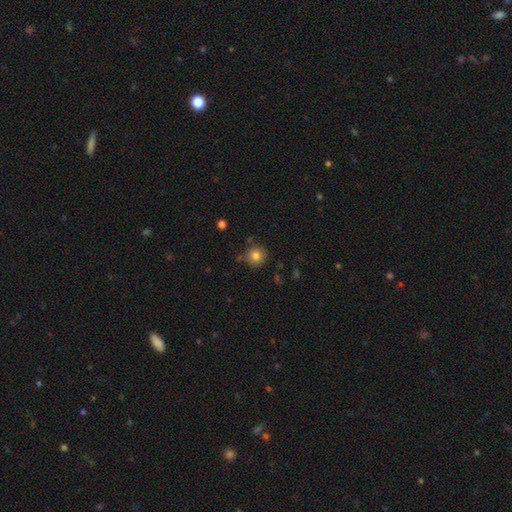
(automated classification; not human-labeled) Overall: smooth (81%). How rounded: round (93%). Merging: none (83%).